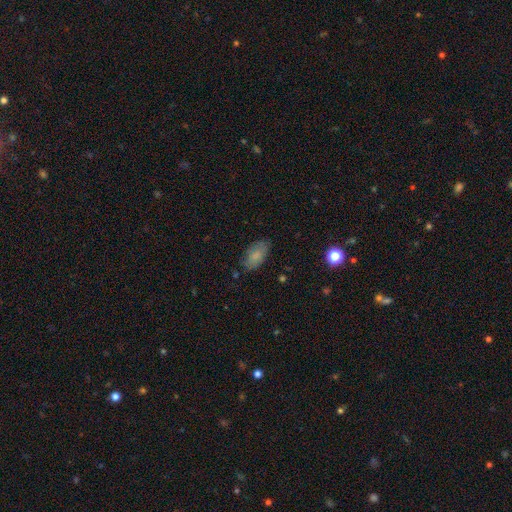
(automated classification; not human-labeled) smooth_or_featured: smooth (p=0.80) [alt: featured or disk p=0.12]
how_rounded: in between (p=0.93) [alt: round p=0.04]
merging: none (p=0.74) [alt: minor disturbance p=0.19]